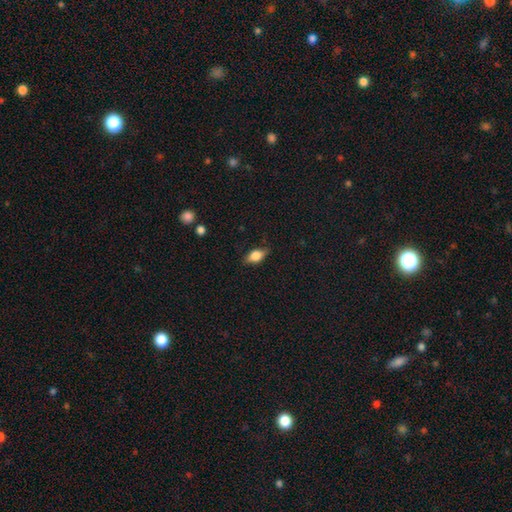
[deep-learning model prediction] A smooth galaxy with no disk features (76%) that is in between round and cigar-shaped (84%).

Vote fractions:
- Smooth or featured? smooth: 76% / featured or disk: 16% / star or artifact: 8%
- How rounded? in between: 84% / round: 9% / cigar-shaped: 7%
- Merging? none: 78% / minor disturbance: 17% / major disturbance: 4% / merger: 1%